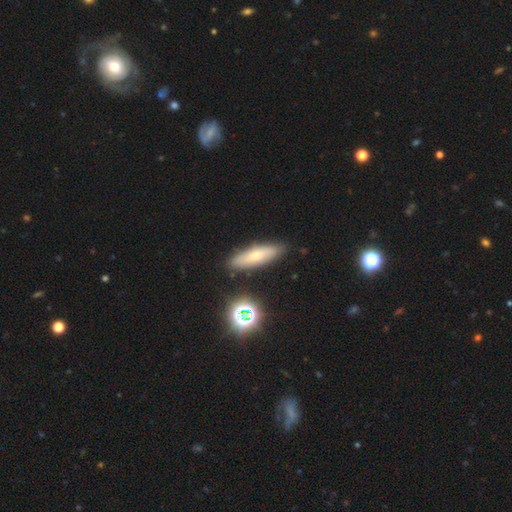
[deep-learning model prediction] Smooth or featured?
  - smooth: 63% *
  - featured or disk: 26%
  - star or artifact: 11%
How rounded?
  - cigar-shaped: 61% *
  - in between: 36%
  - round: 3%
Merging?
  - none: 86% *
  - minor disturbance: 9%
  - merger: 3%
  - major disturbance: 2%